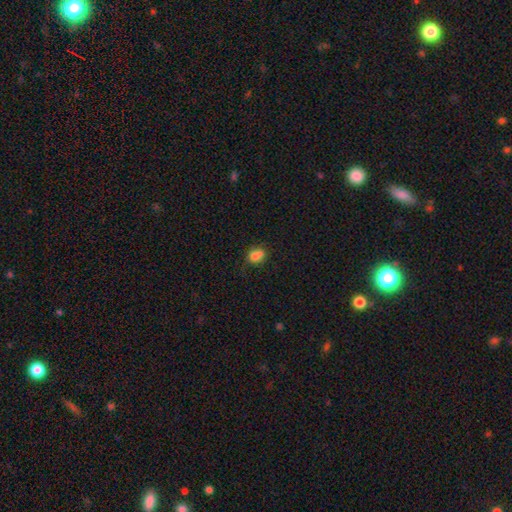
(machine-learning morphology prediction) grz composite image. It shows a smooth galaxy with no disk features (78%) that is round (53%). Merging: none (47%).